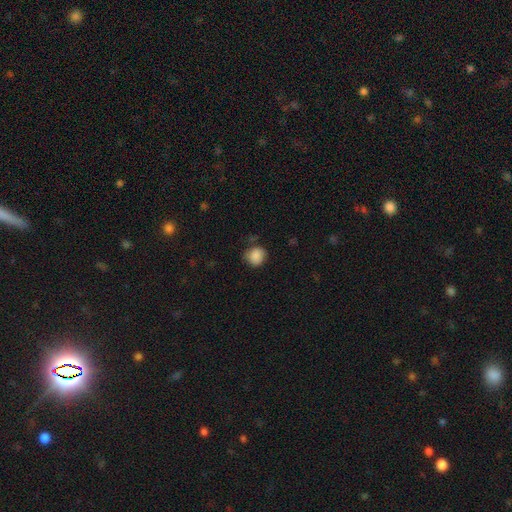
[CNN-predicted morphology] A smooth galaxy with no disk features (87%) that is round (83%).

Vote fractions:
- Smooth or featured? smooth: 87% / star or artifact: 9% / featured or disk: 4%
- How rounded? round: 83% / in between: 16% / cigar-shaped: 1%
- Merging? none: 68% / minor disturbance: 24% / major disturbance: 6% / merger: 3%